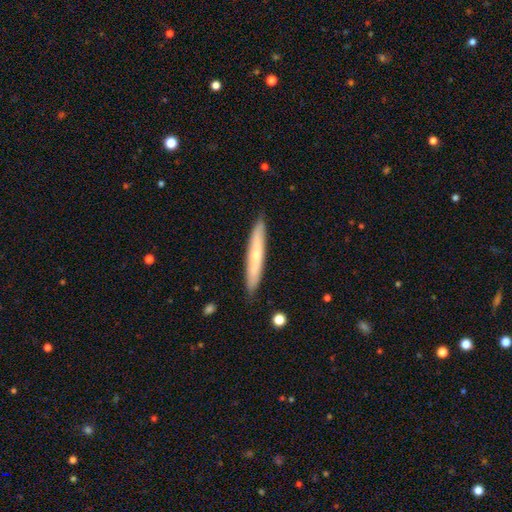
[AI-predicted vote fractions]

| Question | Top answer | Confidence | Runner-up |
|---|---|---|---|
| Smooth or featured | smooth | 49% | featured or disk (45%) |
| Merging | none | 88% | minor disturbance (9%) |